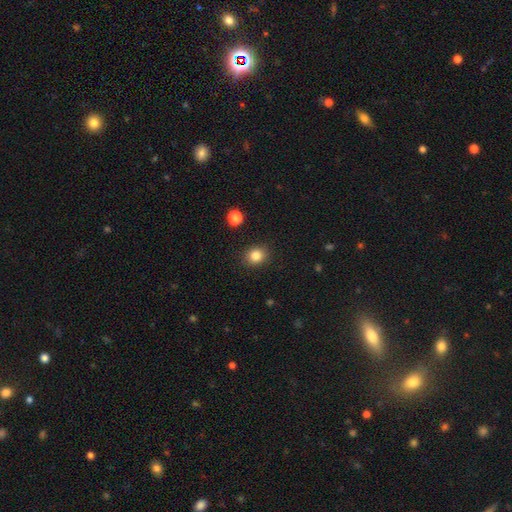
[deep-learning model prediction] This is clearly a smooth galaxy (83%). How rounded: likely round (72%). Merging: clearly none (90%).